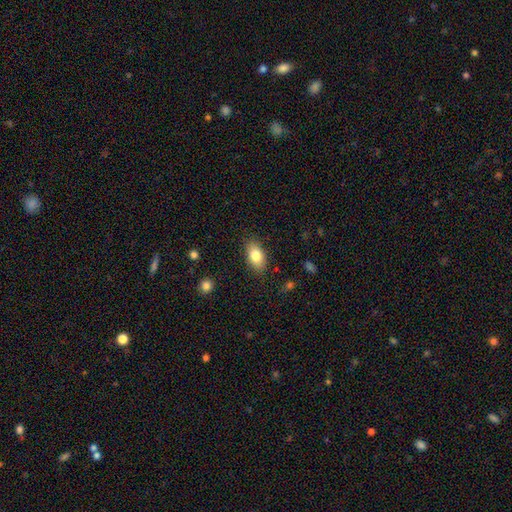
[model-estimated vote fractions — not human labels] A smooth galaxy with no disk features (82%) that is in between round and cigar-shaped (90%). Merging: none (85%).